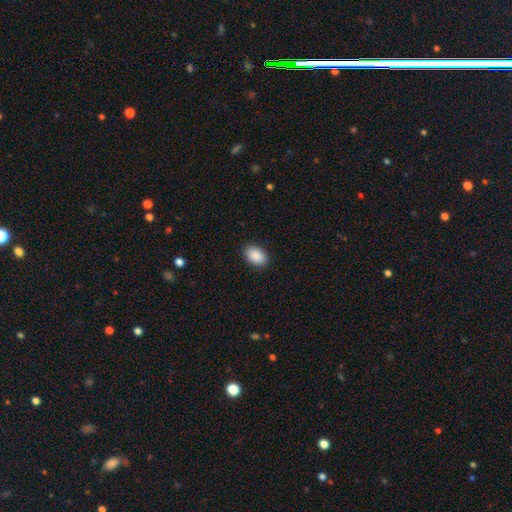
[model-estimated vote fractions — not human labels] smooth_or_featured: smooth (p=0.90) [alt: star or artifact p=0.07]
how_rounded: in between (p=0.86) [alt: round p=0.13]
merging: none (p=0.89) [alt: minor disturbance p=0.08]